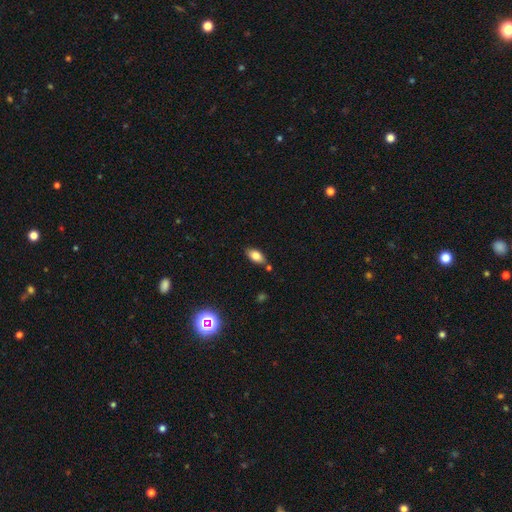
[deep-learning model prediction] smooth_or_featured: smooth (p=0.78) [alt: featured or disk p=0.13]
how_rounded: in between (p=0.90) [alt: cigar-shaped p=0.06]
merging: none (p=0.77) [alt: minor disturbance p=0.14]